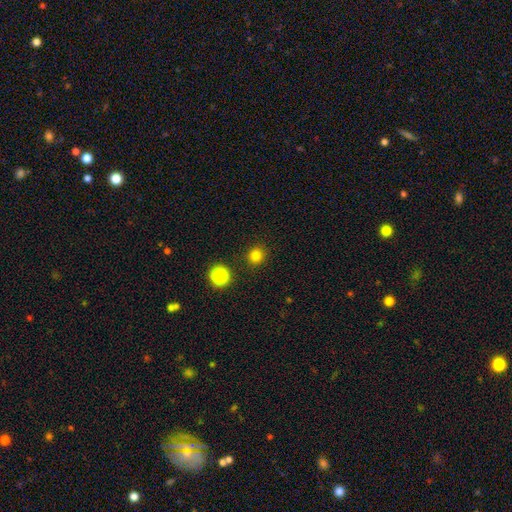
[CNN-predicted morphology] Smooth or featured? Predicted: smooth (p=0.80). How rounded? Predicted: round (p=0.92). Merging? Predicted: none (p=0.90).